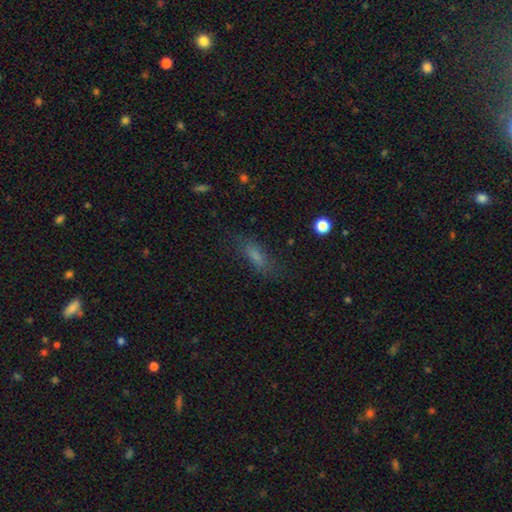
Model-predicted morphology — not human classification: smooth 68%, featured or disk 18%, star or artifact 14%. Down the decision tree: how rounded — in between (50%); merging — none (71%).